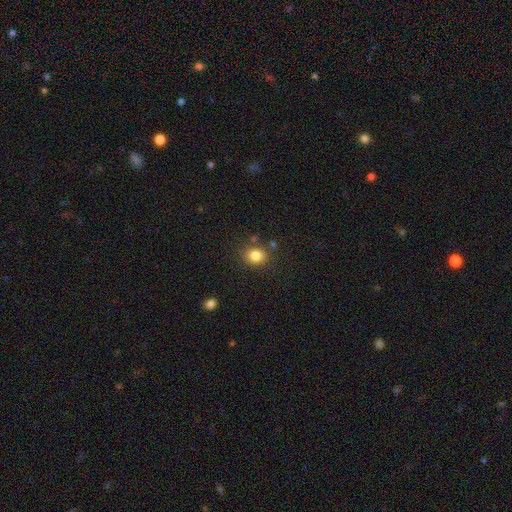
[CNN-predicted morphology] Smooth or featured?
  - smooth: 83% *
  - star or artifact: 12%
  - featured or disk: 6%
How rounded?
  - round: 70% *
  - in between: 29%
  - cigar-shaped: 1%
Merging?
  - none: 79% *
  - minor disturbance: 11%
  - merger: 6%
  - major disturbance: 4%